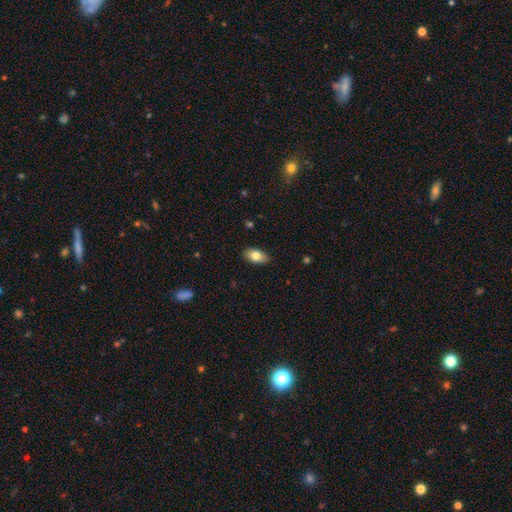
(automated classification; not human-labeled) Smooth or featured?
  - smooth: 78% *
  - featured or disk: 15%
  - star or artifact: 7%
How rounded?
  - in between: 92% *
  - round: 5%
  - cigar-shaped: 3%
Merging?
  - none: 86% *
  - minor disturbance: 11%
  - major disturbance: 2%
  - merger: 1%